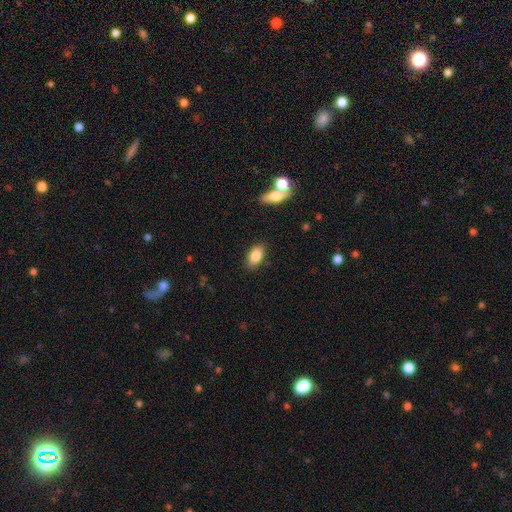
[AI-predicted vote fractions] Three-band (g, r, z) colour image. It shows a smooth galaxy with no disk features (84%) that is in between round and cigar-shaped (91%). Merging: none (85%).